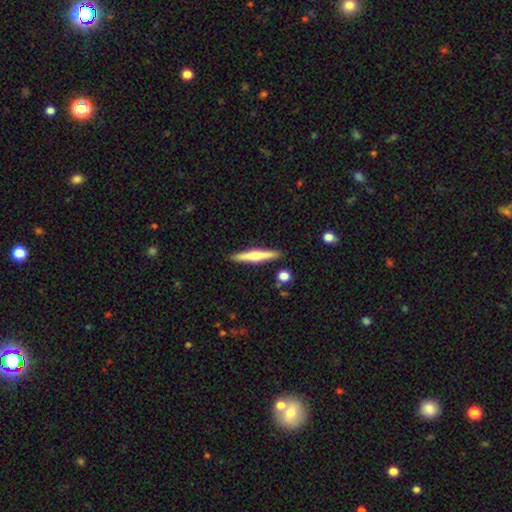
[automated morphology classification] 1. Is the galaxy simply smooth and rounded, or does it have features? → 58% featured or disk, 36% smooth, 6% star or artifact.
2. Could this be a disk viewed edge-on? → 97% yes, 3% no.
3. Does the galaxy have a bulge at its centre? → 88% rounded, 7% none, 5% boxy.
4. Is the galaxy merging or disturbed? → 89% none, 7% minor disturbance, 2% merger, 2% major disturbance.